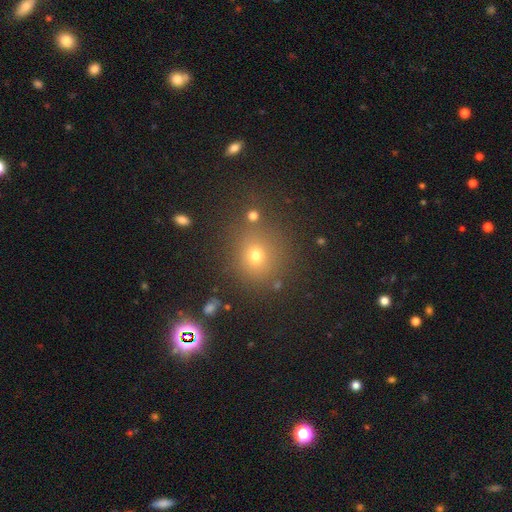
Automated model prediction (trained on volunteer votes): A smooth galaxy with no disk features (66%) that is round (85%). Merging: none (79%).